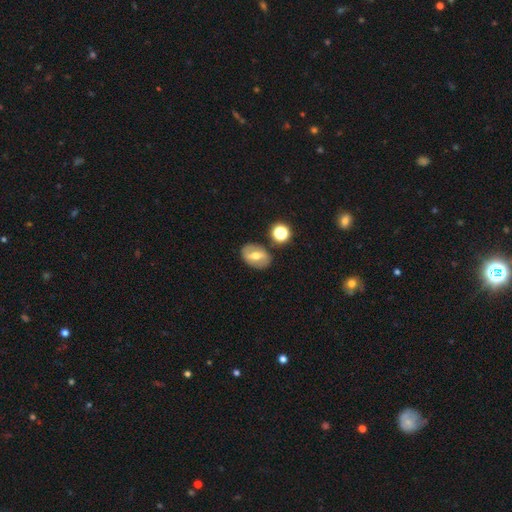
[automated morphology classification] smooth_or_featured: featured or disk (p=0.51) [alt: smooth p=0.40]
disk_edge_on: no (p=0.92) [alt: yes p=0.08]
merging: none (p=0.80) [alt: minor disturbance p=0.11]